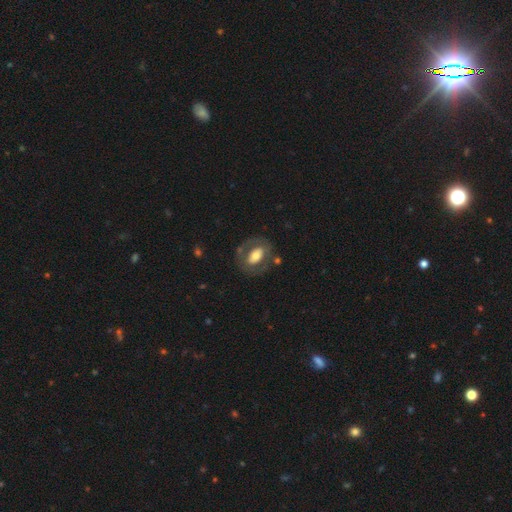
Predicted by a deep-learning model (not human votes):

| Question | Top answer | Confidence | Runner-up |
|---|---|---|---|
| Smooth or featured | smooth | 47% | tied: featured or disk (47%) |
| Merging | none | 68% | minor disturbance (16%) |